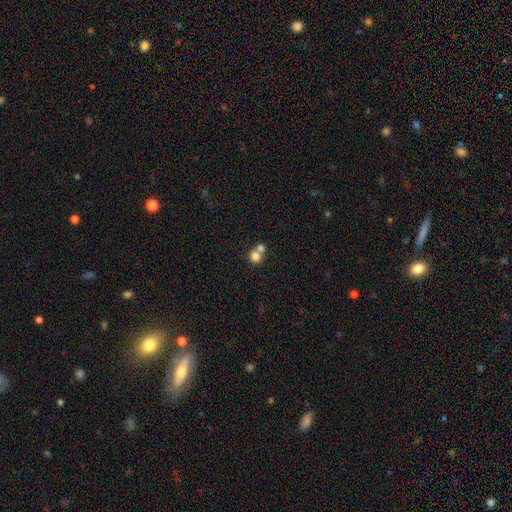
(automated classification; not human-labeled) This is likely a smooth galaxy (79%). How rounded: clearly round (80%). Merging: possibly merger (59%).